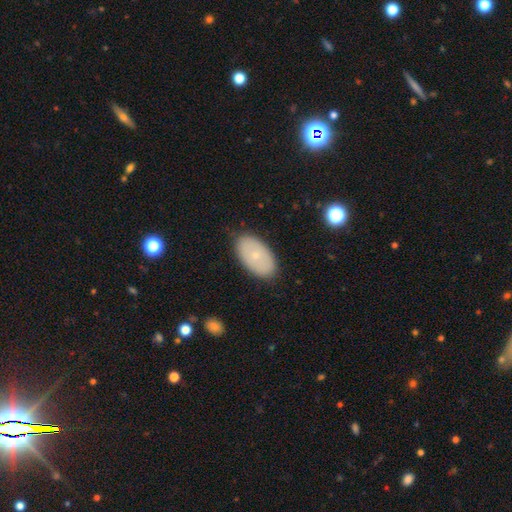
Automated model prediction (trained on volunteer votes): smooth_or_featured: smooth (p=0.69) [alt: featured or disk p=0.24]
how_rounded: in between (p=0.94) [alt: round p=0.05]
merging: none (p=0.85) [alt: minor disturbance p=0.12]